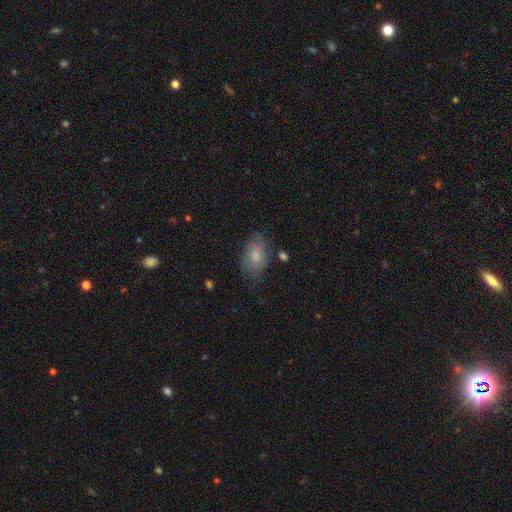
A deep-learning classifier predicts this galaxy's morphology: smooth 70%, featured or disk 22%, star or artifact 8%. Down the decision tree: how rounded — in between (88%); merging — none (61%).